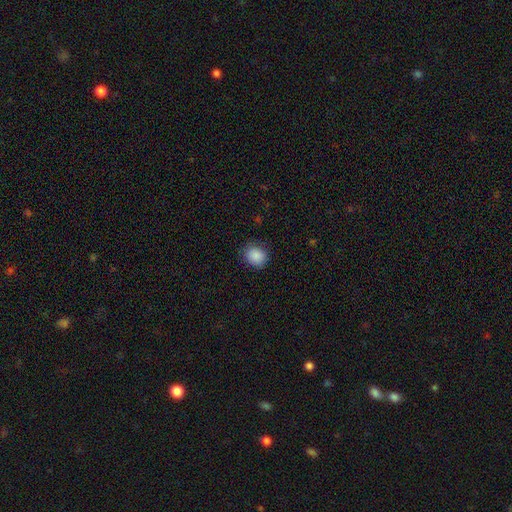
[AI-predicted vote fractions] smooth_or_featured: smooth (p=0.88) [alt: star or artifact p=0.08]
how_rounded: round (p=0.67) [alt: in between p=0.32]
merging: none (p=0.83) [alt: minor disturbance p=0.13]